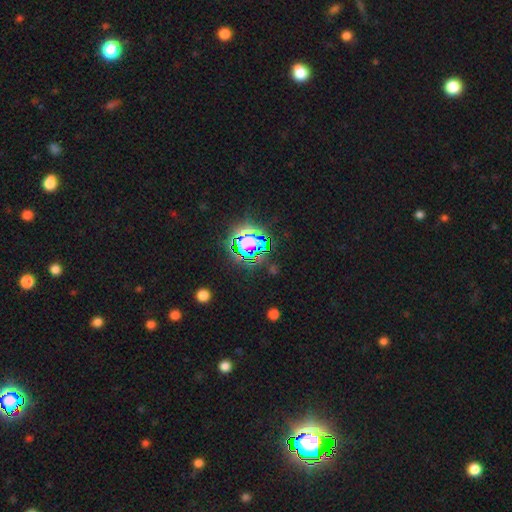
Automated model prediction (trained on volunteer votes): The model was most divided on "smooth or featured": star or artifact: 81%, smooth: 12%, featured or disk: 7%.